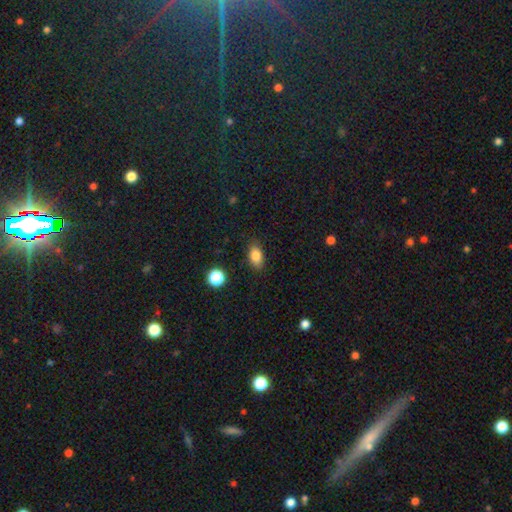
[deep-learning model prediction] Smooth or featured? smooth (84%)
How rounded? in between (86%)
Merging? none (86%)